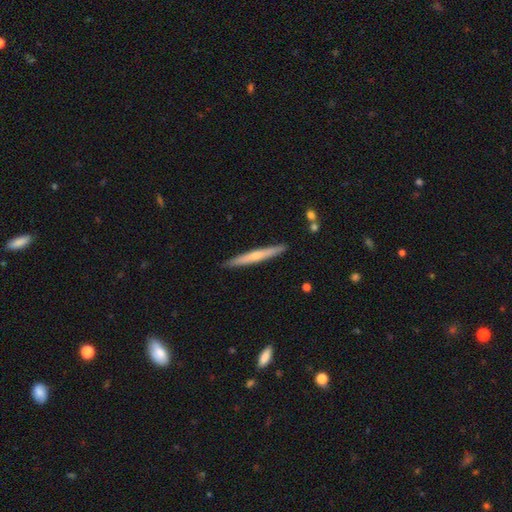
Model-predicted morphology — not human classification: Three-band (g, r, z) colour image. It shows a featured or disk galaxy (48%). Merging: none (90%).